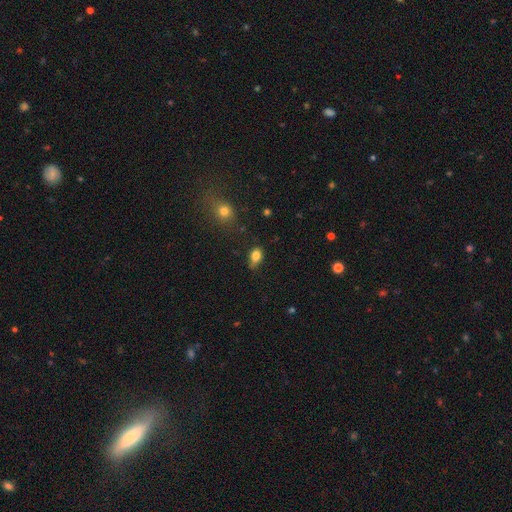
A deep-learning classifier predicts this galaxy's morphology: smooth_or_featured: smooth (p=0.81) [alt: star or artifact p=0.10]
how_rounded: in between (p=0.78) [alt: round p=0.18]
merging: none (p=0.56) [alt: minor disturbance p=0.32]